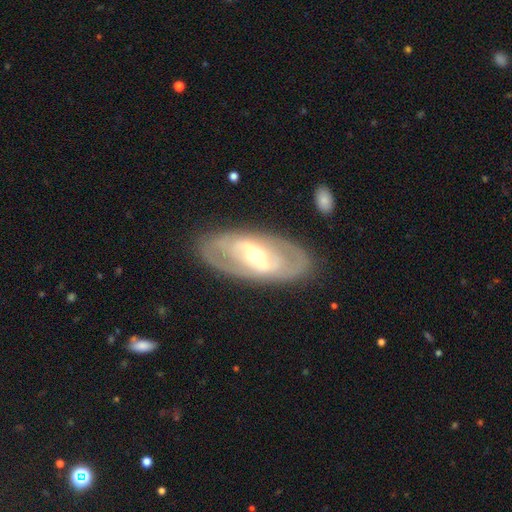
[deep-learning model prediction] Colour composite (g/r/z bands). It shows a featured or disk galaxy (77%) with a weak bar (38%), spiral arms (61%) and a moderate central bulge (69%). Merging: none (83%).